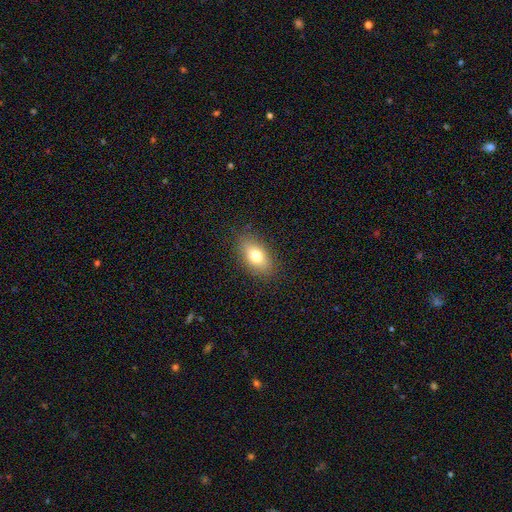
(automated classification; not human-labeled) A smooth galaxy with no disk features (75%) that is in between round and cigar-shaped (86%).

Vote fractions:
- Smooth or featured? smooth: 75% / featured or disk: 16% / star or artifact: 10%
- How rounded? in between: 86% / round: 10% / cigar-shaped: 4%
- Merging? none: 86% / minor disturbance: 10% / major disturbance: 3% / merger: 1%